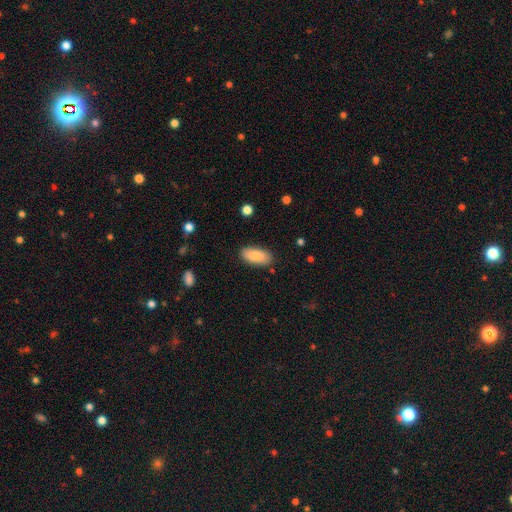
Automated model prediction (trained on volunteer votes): smooth 85%, featured or disk 9%, star or artifact 6%. Down the decision tree: how rounded — in between (89%); merging — none (86%).